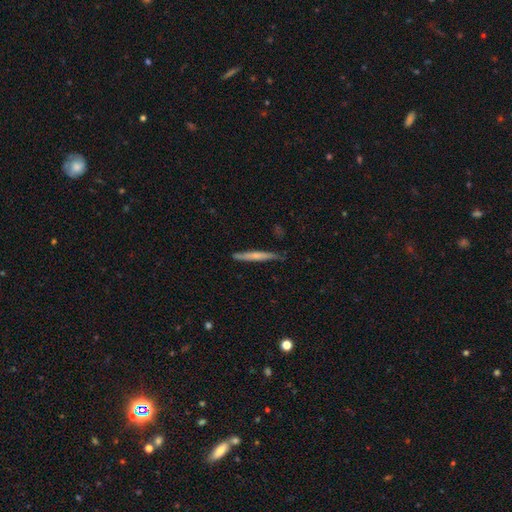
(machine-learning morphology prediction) The model was most divided on "smooth or featured": smooth: 54%, featured or disk: 41%, star or artifact: 6%. More confident: how rounded — cigar-shaped (96%); merging — none (84%).